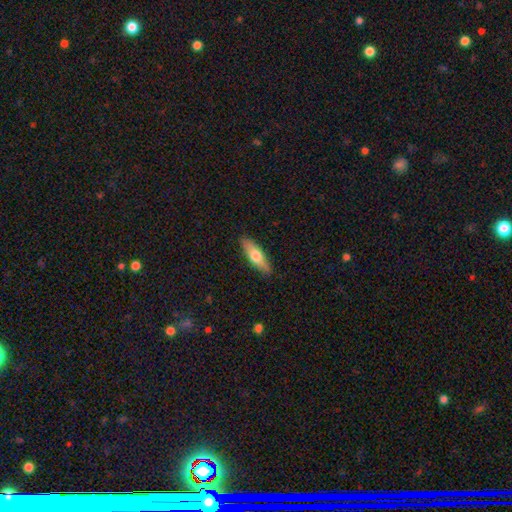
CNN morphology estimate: This appears to be a smooth galaxy with no disk features (62%) that is cigar-shaped (50%). Merging: none (88%).